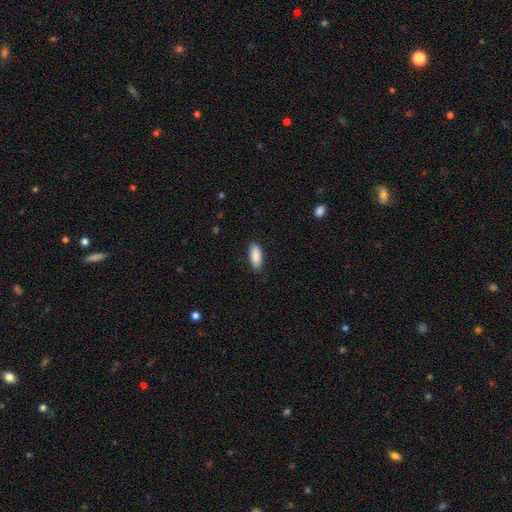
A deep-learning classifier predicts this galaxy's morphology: smooth-or-featured: smooth: 90% | star or artifact: 6% | featured or disk: 5%
  how-rounded: in between: 79% | cigar-shaped: 19% | round: 2%
  merging: none: 87% | minor disturbance: 10% | major disturbance: 2% | merger: 1%